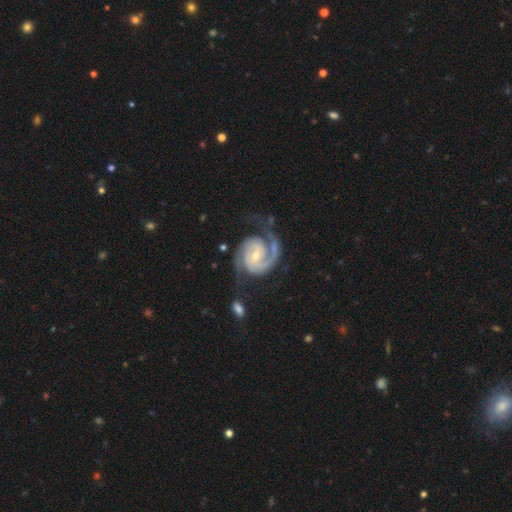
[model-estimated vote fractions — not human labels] Smooth or featured? Predicted: featured or disk (p=0.92). Edge-on disk? Predicted: no (p=0.98). Bar? Predicted: no (p=0.45). Spiral arms? Predicted: yes (p=0.98). Spiral winding? Predicted: tight (p=0.50). Spiral arm count? Predicted: 2 (p=0.78). Bulge size? Predicted: small (p=0.55). Merging? Predicted: none (p=0.60).